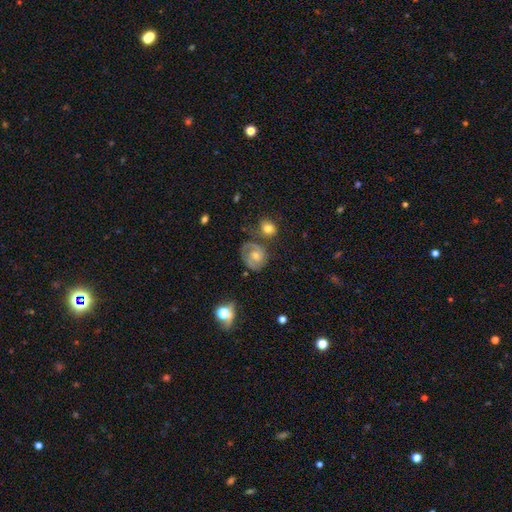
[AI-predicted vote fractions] This appears to be a featured or disk galaxy (66%) with no bar (69%), 2 (51%) tight (57%) spiral arms (85%) and a moderate central bulge (58%). Merging: none (59%).